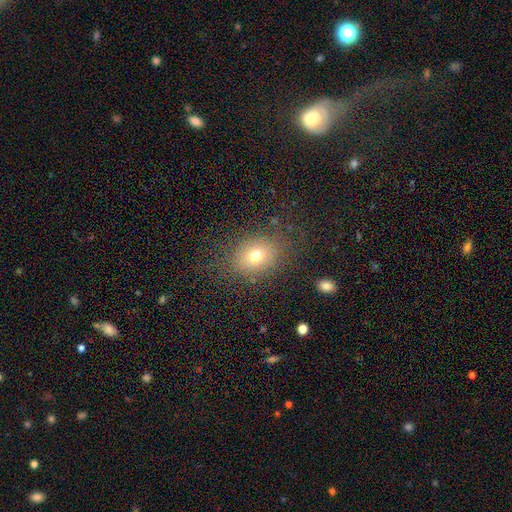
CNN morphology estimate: Overall: smooth (70%). How rounded: in between (55%; round 44%). Merging: none (76%).